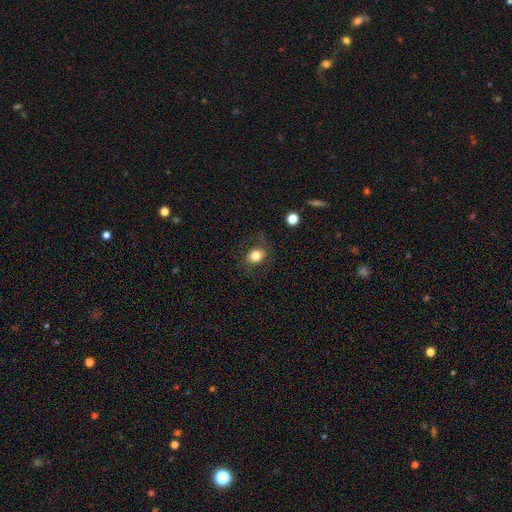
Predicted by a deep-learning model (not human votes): This appears to be a smooth galaxy with no disk features (80%) that is round (53%). Merging: none (76%).